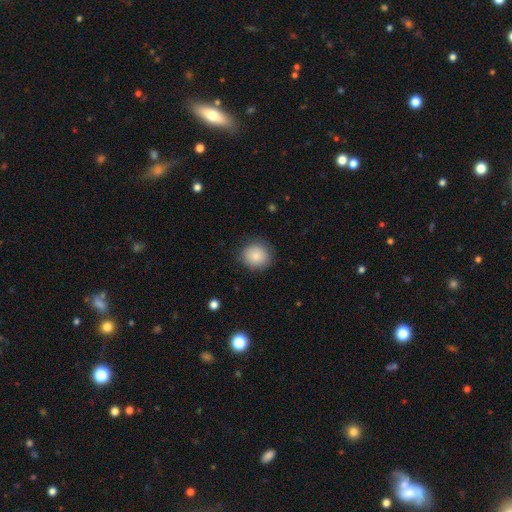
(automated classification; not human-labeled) A smooth galaxy with no disk features (85%) that is round (87%). Merging: none (84%).